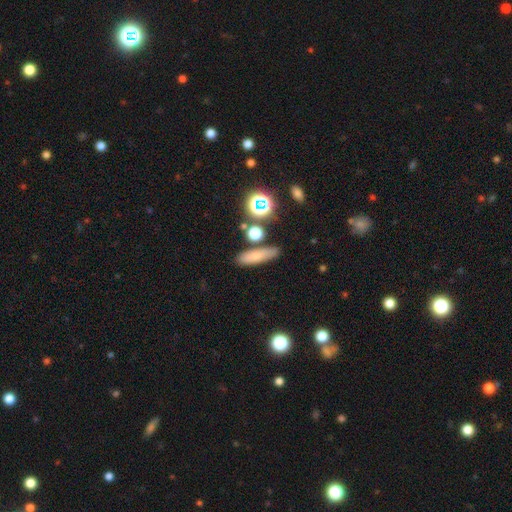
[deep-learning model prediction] Smooth or featured?
  - smooth: 73% *
  - star or artifact: 14%
  - featured or disk: 13%
How rounded?
  - cigar-shaped: 59% *
  - in between: 31%
  - round: 10%
Merging?
  - none: 79% *
  - minor disturbance: 10%
  - merger: 7%
  - major disturbance: 3%